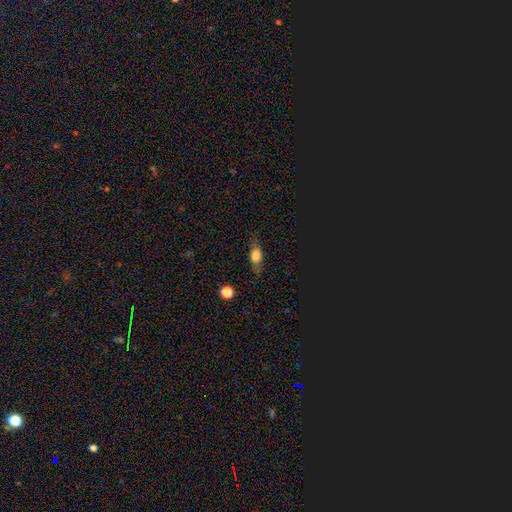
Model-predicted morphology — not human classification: Smooth or featured: smooth — 63% (featured or disk — 24%)
How rounded: in between — 66% (cigar-shaped — 19%)
Merging: none — 73% (minor disturbance — 19%)